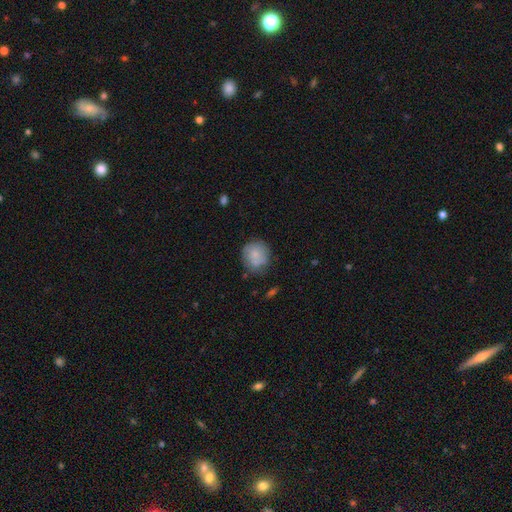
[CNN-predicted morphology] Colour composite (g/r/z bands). It shows a smooth galaxy with no disk features (73%) that is round (85%). Merging: none (65%).